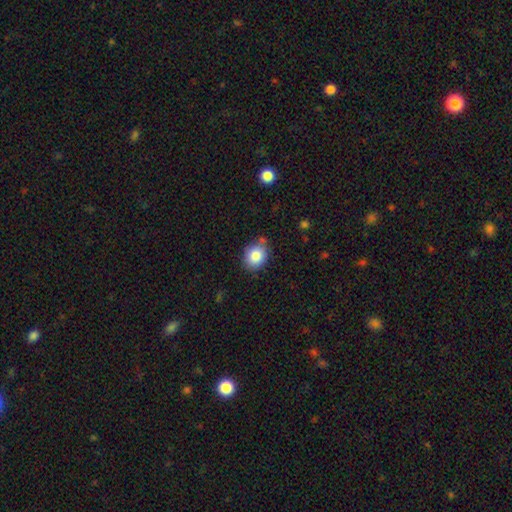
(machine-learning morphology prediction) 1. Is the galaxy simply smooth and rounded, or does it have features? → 84% smooth, 9% star or artifact, 7% featured or disk.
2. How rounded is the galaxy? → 55% round, 44% in between, 1% cigar-shaped.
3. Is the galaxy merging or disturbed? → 76% none, 17% minor disturbance, 4% merger, 3% major disturbance.